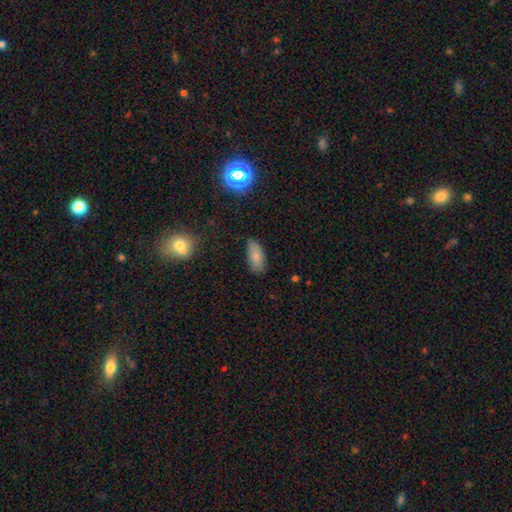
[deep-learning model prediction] smooth_or_featured: smooth (p=0.77) [alt: featured or disk p=0.12]
how_rounded: in between (p=0.89) [alt: cigar-shaped p=0.08]
merging: none (p=0.78) [alt: minor disturbance p=0.17]